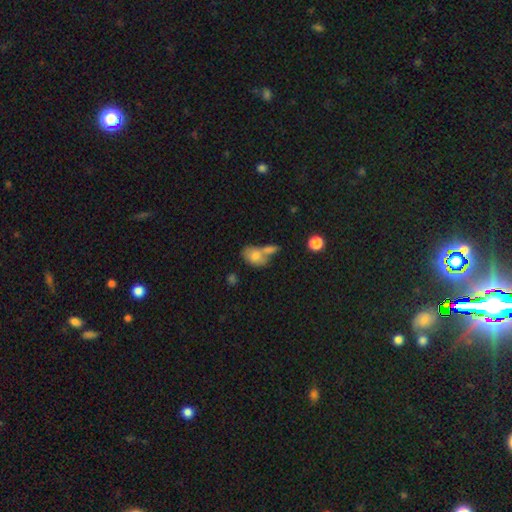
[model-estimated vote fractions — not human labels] This is likely a smooth galaxy (76%). How rounded: clearly in between (81%). Merging: possibly merger (52%).